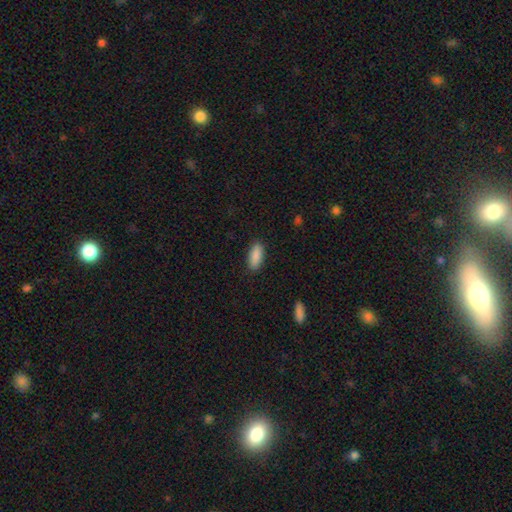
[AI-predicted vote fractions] Smooth or featured?
  - smooth: 89% *
  - star or artifact: 6%
  - featured or disk: 5%
How rounded?
  - in between: 80% *
  - cigar-shaped: 18%
  - round: 2%
Merging?
  - none: 88% *
  - minor disturbance: 9%
  - major disturbance: 2%
  - merger: 1%